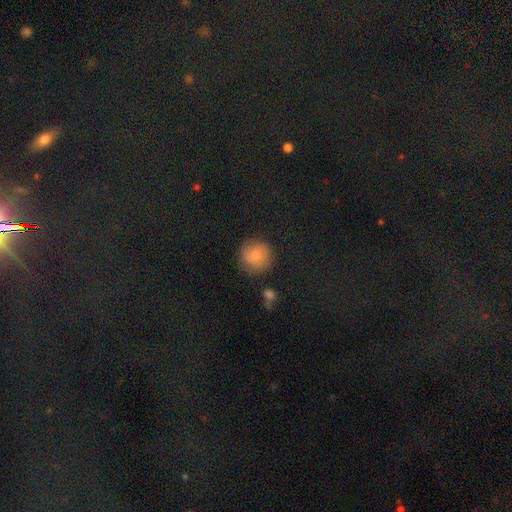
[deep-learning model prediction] Smooth or featured: smooth — 68% (featured or disk — 23%)
How rounded: round — 91% (in between — 8%)
Merging: none — 72% (minor disturbance — 19%)